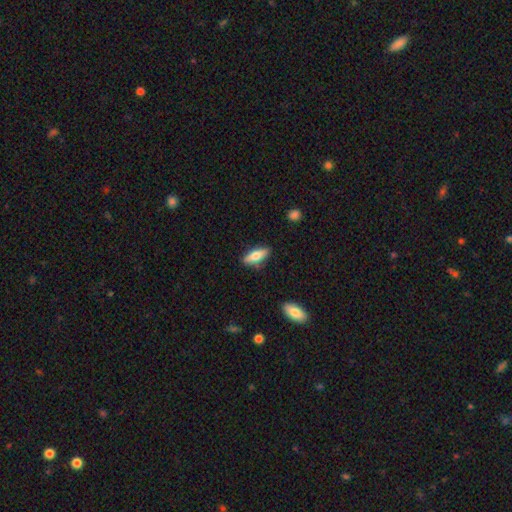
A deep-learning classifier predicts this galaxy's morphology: A smooth galaxy with no disk features (62%) that is in between round and cigar-shaped (55%).

Vote fractions:
- Smooth or featured? smooth: 62% / featured or disk: 31% / star or artifact: 6%
- How rounded? in between: 55% / cigar-shaped: 43% / round: 3%
- Merging? none: 84% / minor disturbance: 12% / major disturbance: 3% / merger: 2%